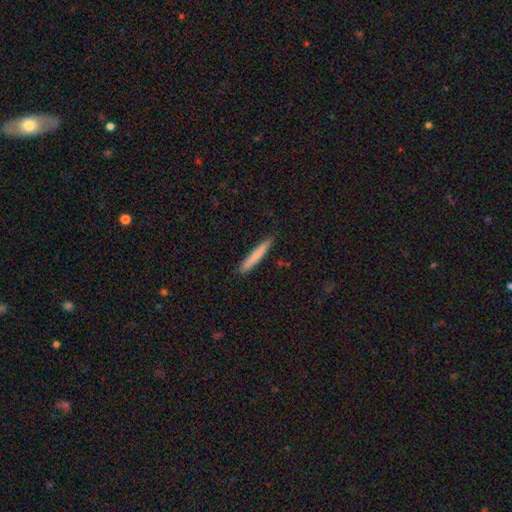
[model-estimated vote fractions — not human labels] A smooth galaxy with no disk features (74%) that is cigar-shaped (96%). Merging: none (90%).